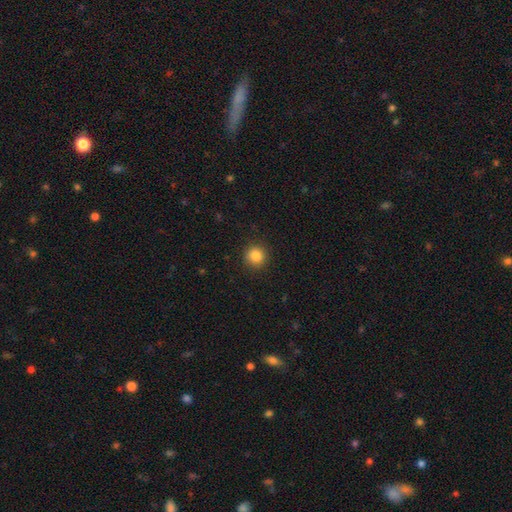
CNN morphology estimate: smooth-or-featured: smooth: 85% | star or artifact: 11% | featured or disk: 5%
  how-rounded: round: 93% | in between: 6% | cigar-shaped: 1%
  merging: none: 91% | minor disturbance: 6% | major disturbance: 2% | merger: 1%